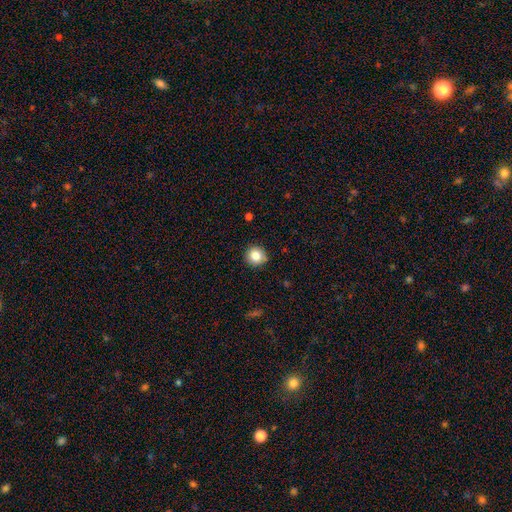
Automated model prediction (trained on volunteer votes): Smooth or featured?
  - smooth: 83% *
  - star or artifact: 10%
  - featured or disk: 7%
How rounded?
  - round: 93% *
  - in between: 6%
  - cigar-shaped: 1%
Merging?
  - none: 88% *
  - minor disturbance: 9%
  - major disturbance: 2%
  - merger: 1%